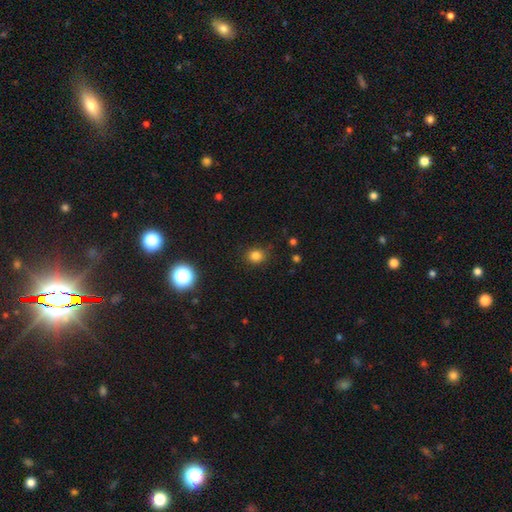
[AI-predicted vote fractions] This is clearly a smooth galaxy (81%). How rounded: likely round (77%). Merging: clearly none (83%).